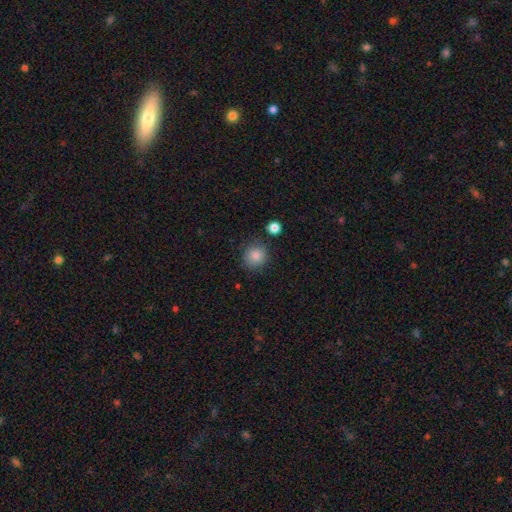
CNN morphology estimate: smooth-or-featured: smooth: 85% | star or artifact: 9% | featured or disk: 5%
  how-rounded: round: 88% | in between: 11% | cigar-shaped: 1%
  merging: none: 84% | minor disturbance: 10% | merger: 3% | major disturbance: 3%